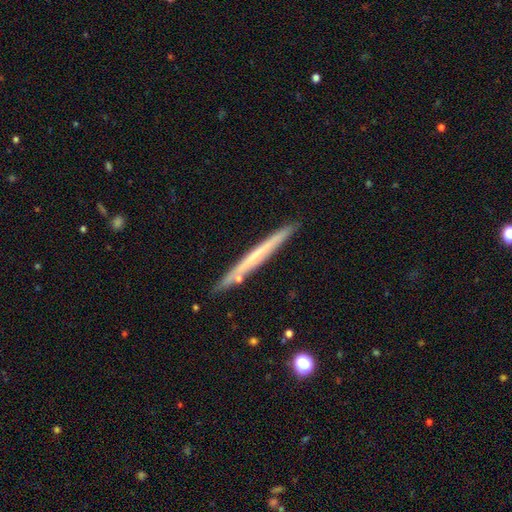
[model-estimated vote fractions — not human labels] This is possibly a featured or disk galaxy (47%, tied with smooth). Merging: clearly none (86%).